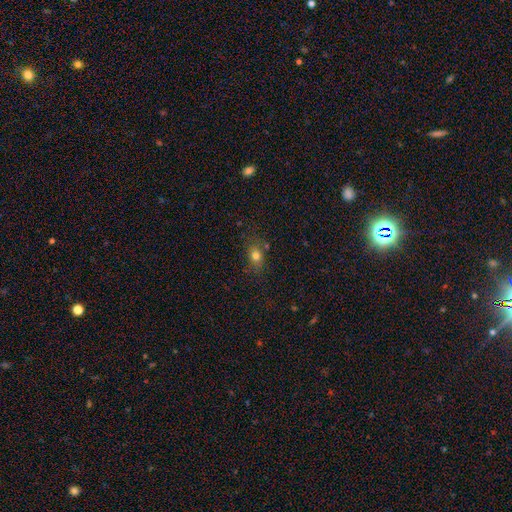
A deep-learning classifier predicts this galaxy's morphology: This is likely a smooth galaxy (77%). How rounded: likely in between (63%). Merging: likely none (74%).